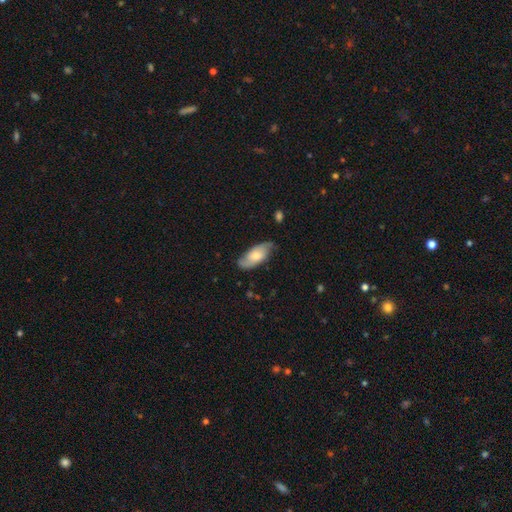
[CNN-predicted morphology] type=featured or disk (53%); edge-on=no (88%); merging=none (72%).